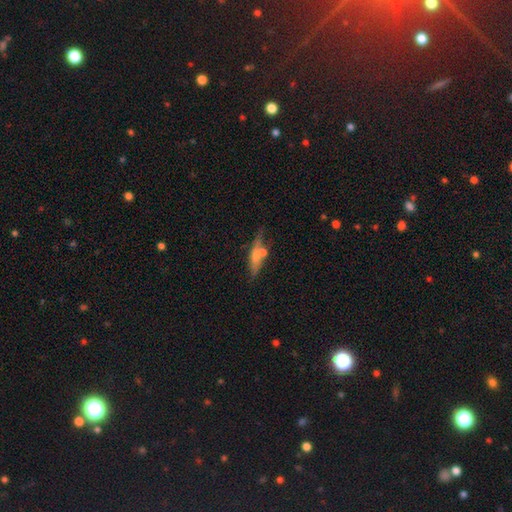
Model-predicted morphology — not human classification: Smooth or featured?
  - smooth: 46% *
  - featured or disk: 44%
  - star or artifact: 9%
Merging?
  - none: 63% *
  - minor disturbance: 17%
  - merger: 14%
  - major disturbance: 6%